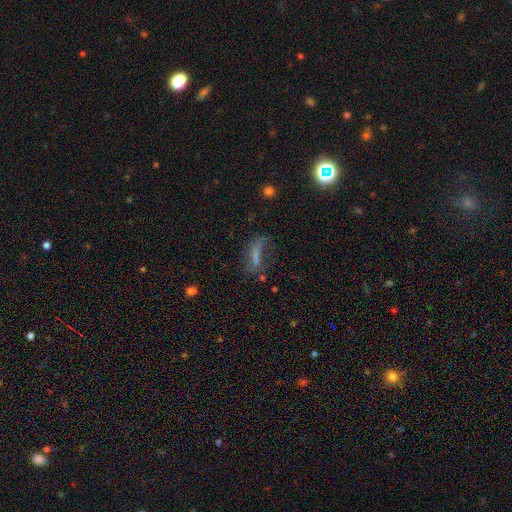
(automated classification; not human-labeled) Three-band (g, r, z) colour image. It shows a smooth galaxy with no disk features (51%) that is cigar-shaped (54%). Merging: none (41%).